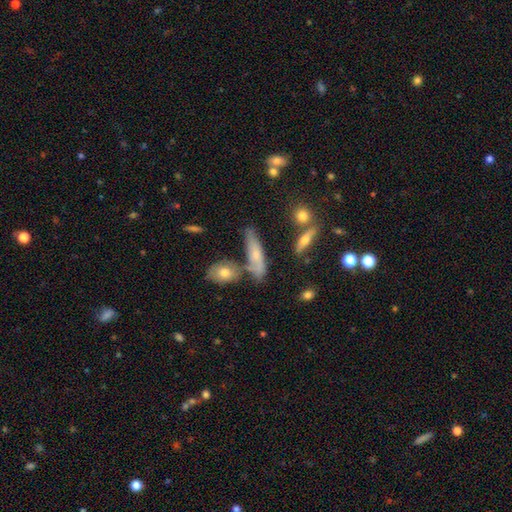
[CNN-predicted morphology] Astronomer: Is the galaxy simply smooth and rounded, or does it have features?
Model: smooth — 56% (runner-up: featured or disk, 34%).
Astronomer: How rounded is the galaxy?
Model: cigar-shaped — 64%.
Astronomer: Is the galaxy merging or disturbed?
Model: none — 56%.